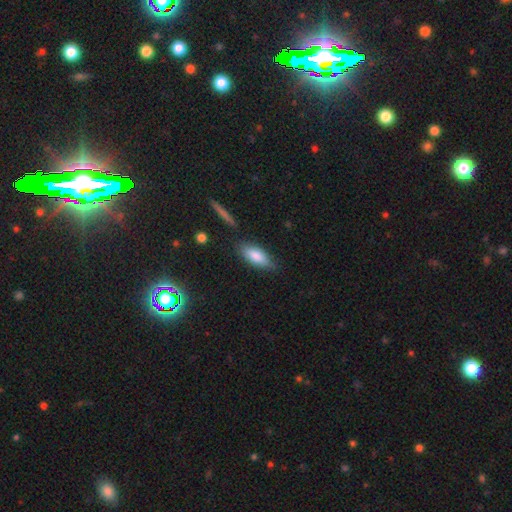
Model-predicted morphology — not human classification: Overall: smooth (82%). How rounded: in between (78%). Merging: none (77%).